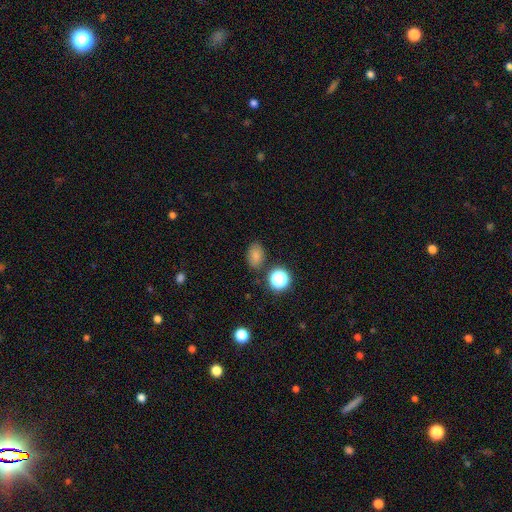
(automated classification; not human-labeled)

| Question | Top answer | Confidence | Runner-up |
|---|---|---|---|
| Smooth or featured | smooth | 76% | star or artifact (16%) |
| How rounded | in between | 76% | round (23%) |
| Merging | none | 80% | minor disturbance (12%) |